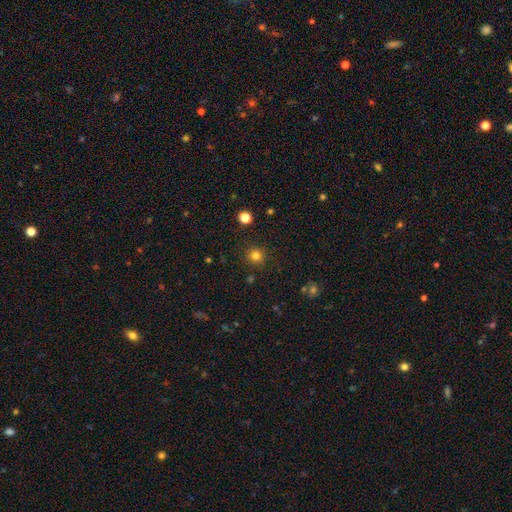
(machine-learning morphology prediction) A smooth galaxy with no disk features (80%) that is round (93%).

Vote fractions:
- Smooth or featured? smooth: 80% / star or artifact: 15% / featured or disk: 5%
- How rounded? round: 93% / in between: 6% / cigar-shaped: 1%
- Merging? none: 89% / minor disturbance: 7% / major disturbance: 2% / merger: 2%